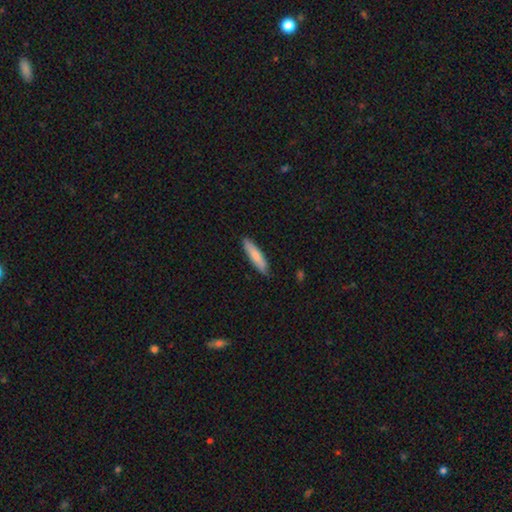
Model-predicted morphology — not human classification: smooth 80%, featured or disk 14%, star or artifact 5%. Down the decision tree: how rounded — cigar-shaped (78%); merging — none (87%).